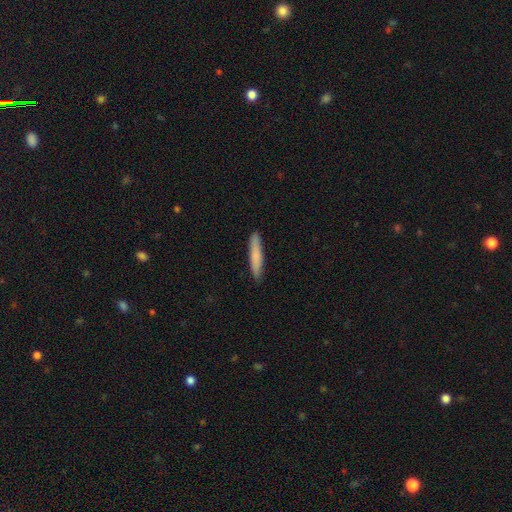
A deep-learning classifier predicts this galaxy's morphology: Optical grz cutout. It shows a smooth galaxy with no disk features (79%) that is cigar-shaped (92%). Merging: none (89%).